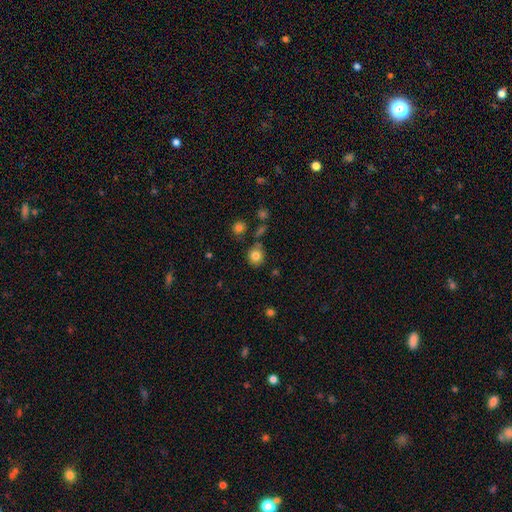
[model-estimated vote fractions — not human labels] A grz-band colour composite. It shows a smooth galaxy with no disk features (81%) that is round (81%). Merging: none (78%).